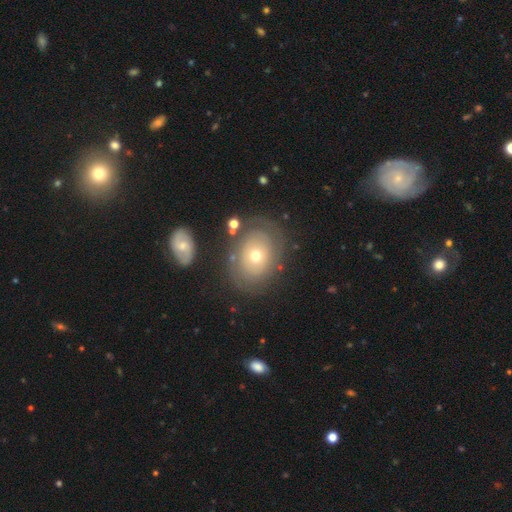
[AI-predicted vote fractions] Smooth or featured? Predicted: featured or disk (p=0.58). Edge-on disk? Predicted: no (p=0.94). Bar? Predicted: no (p=0.89). Spiral arms? Predicted: yes (p=0.60). Bulge size? Predicted: moderate (p=0.53). Merging? Predicted: none (p=0.72).